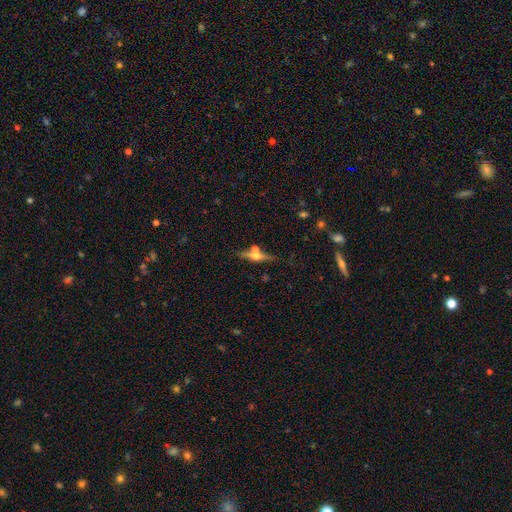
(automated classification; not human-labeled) This appears to be a featured or disk galaxy (57%) viewed edge-on (92%) with a rounded central bulge (90%). Merging: none (65%).